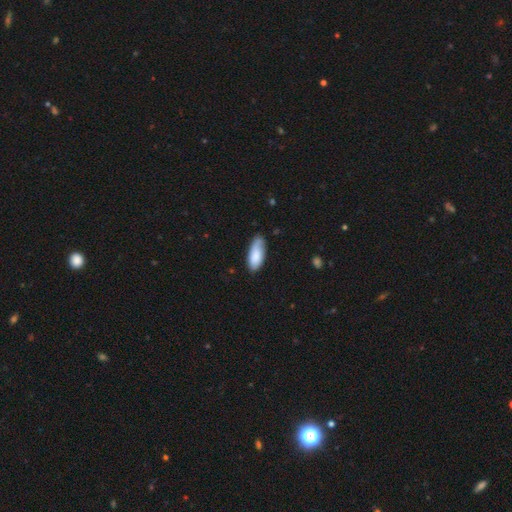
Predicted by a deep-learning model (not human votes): This is clearly a smooth galaxy (82%). How rounded: likely in between (80%). Merging: likely none (69%).